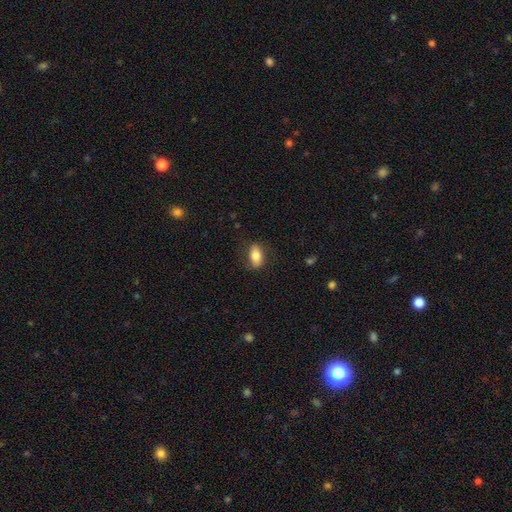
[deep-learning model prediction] This is likely a smooth galaxy (75%). How rounded: clearly in between (85%). Merging: likely none (79%).